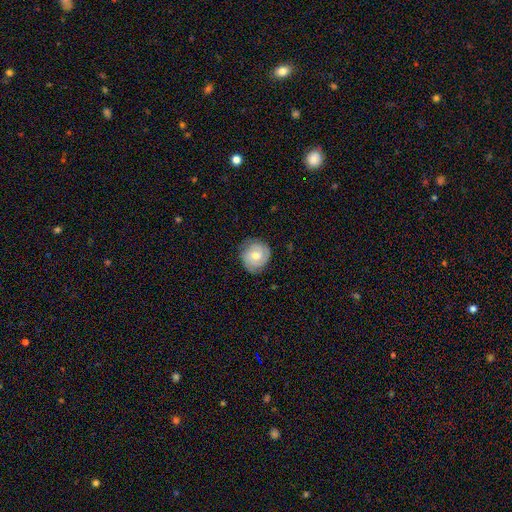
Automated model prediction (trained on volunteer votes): Smooth or featured? featured or disk (64%)
Edge-on disk? no (97%)
Bar? no (67%)
Spiral arms? yes (89%)
Spiral winding? tight (68%)
Spiral arm count? 2 (50%)
Bulge size? moderate (68%)
Merging? none (78%)